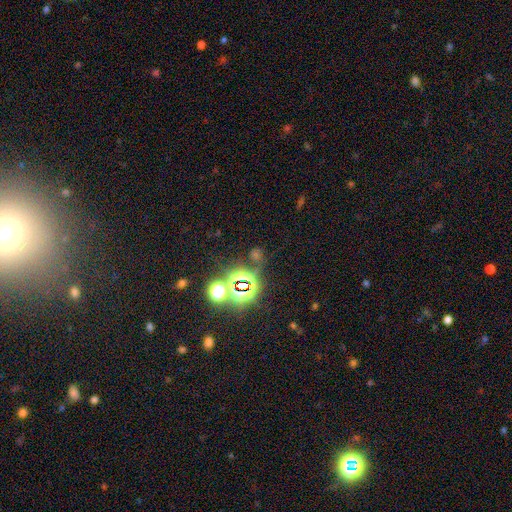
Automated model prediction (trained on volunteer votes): This is likely a star or artifact rather than a galaxy (71%).